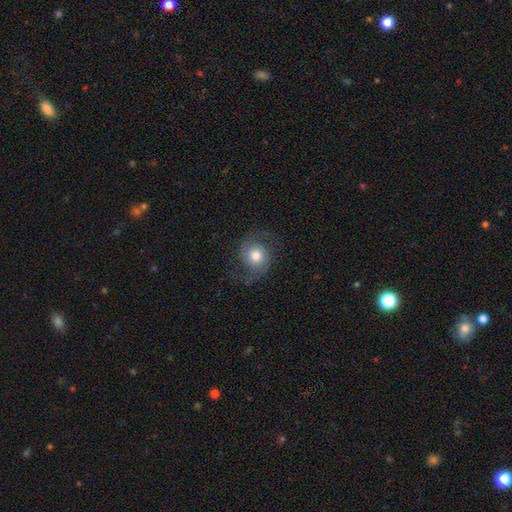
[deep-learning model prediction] Smooth or featured? Predicted: featured or disk (p=0.58). Edge-on disk? Predicted: no (p=0.97). Bar? Predicted: no (p=0.77). Spiral arms? Predicted: yes (p=0.90). Spiral winding? Predicted: loose (p=0.43). Spiral arm count? Predicted: 2 (p=0.91). Bulge size? Predicted: moderate (p=0.62). Merging? Predicted: none (p=0.71).